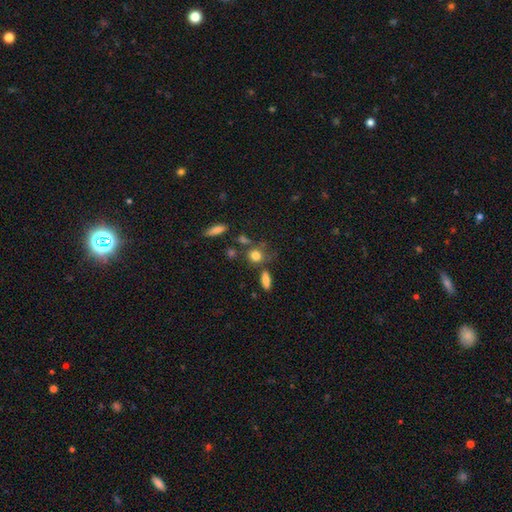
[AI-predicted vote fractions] smooth_or_featured: smooth (p=0.79) [alt: star or artifact p=0.12]
how_rounded: round (p=0.71) [alt: in between p=0.25]
merging: none (p=0.59) [alt: minor disturbance p=0.17]